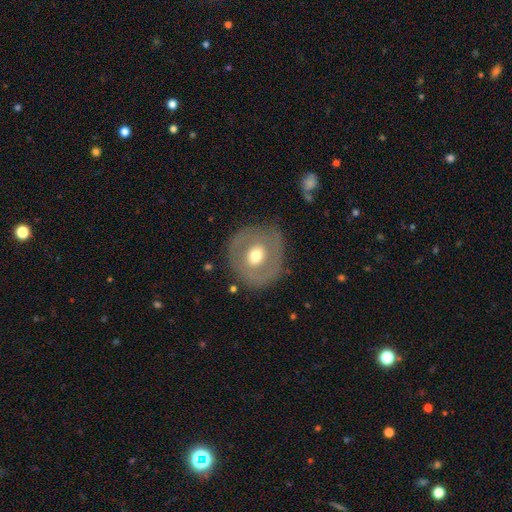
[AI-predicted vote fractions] Smooth or featured?
  - smooth: 48% *
  - featured or disk: 45%
  - star or artifact: 7%
Merging?
  - none: 81% *
  - minor disturbance: 12%
  - major disturbance: 6%
  - merger: 1%